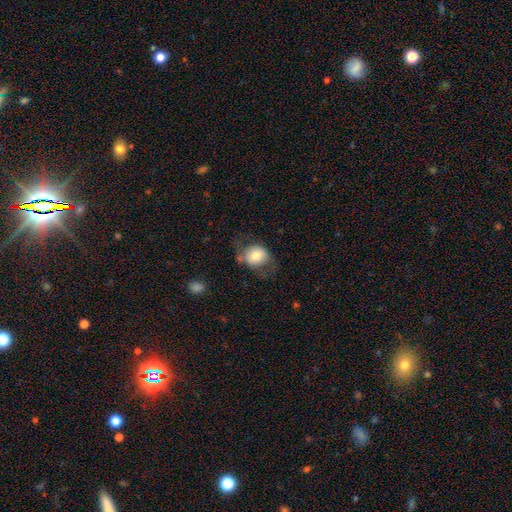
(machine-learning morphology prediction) A smooth galaxy with no disk features (65%) that is round (60%).

Vote fractions:
- Smooth or featured? smooth: 65% / featured or disk: 28% / star or artifact: 8%
- How rounded? round: 60% / in between: 39% / cigar-shaped: 1%
- Merging? none: 56% / minor disturbance: 23% / major disturbance: 18% / merger: 3%